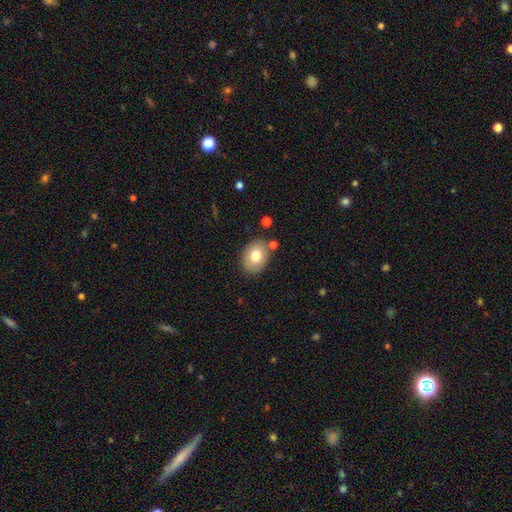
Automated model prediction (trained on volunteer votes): Morphology: type=smooth (77%); roundness=in between (69%); merging=none (79%).